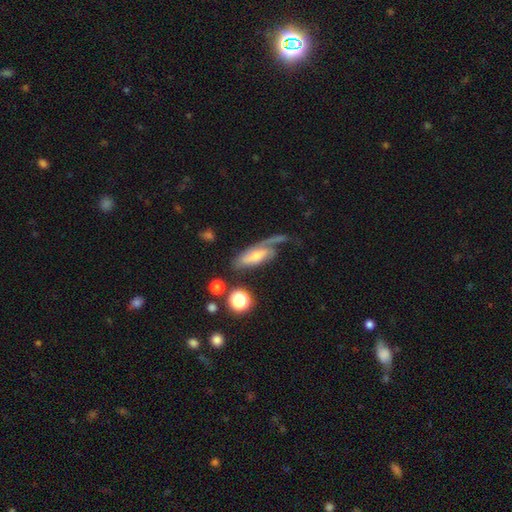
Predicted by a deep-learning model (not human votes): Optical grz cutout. It shows a featured or disk galaxy (61%). Merging: major disturbance (36%).